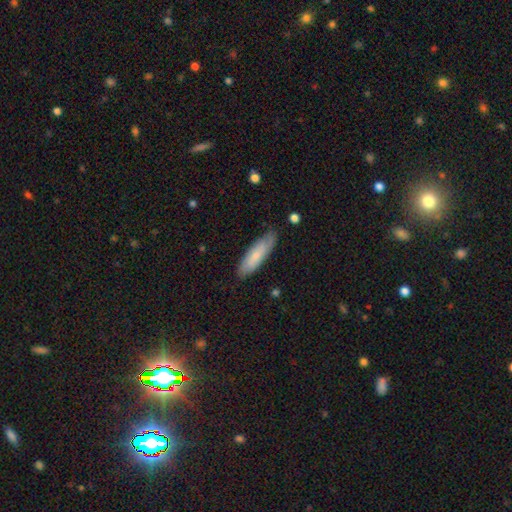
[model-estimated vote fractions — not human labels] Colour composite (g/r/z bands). It shows a smooth galaxy with no disk features (71%) that is cigar-shaped (60%). Merging: none (80%).